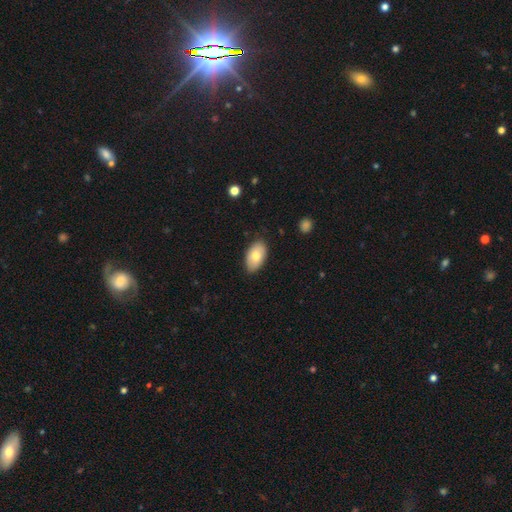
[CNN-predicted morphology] smooth-or-featured: smooth: 76% | featured or disk: 18% | star or artifact: 6%
  how-rounded: in between: 94% | round: 4% | cigar-shaped: 1%
  merging: none: 84% | minor disturbance: 12% | major disturbance: 2% | merger: 1%